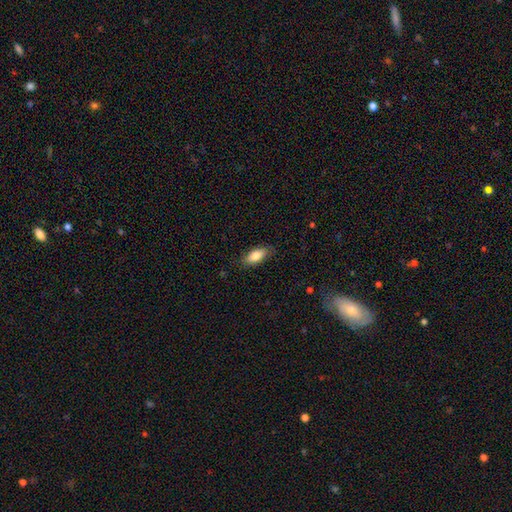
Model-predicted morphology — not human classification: This is likely a smooth galaxy (79%). How rounded: clearly in between (84%). Merging: clearly none (81%).